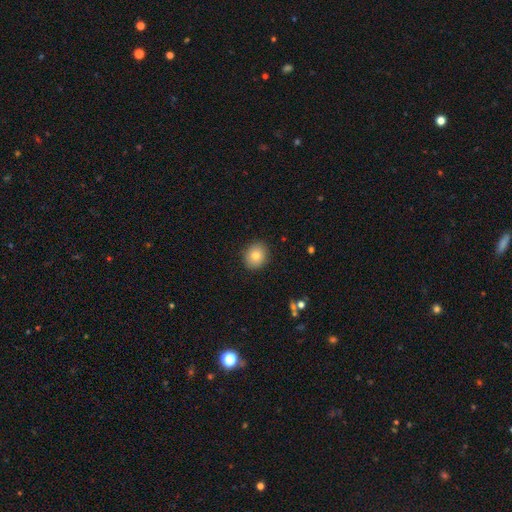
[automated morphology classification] Smooth or featured?
  - smooth: 81% *
  - star or artifact: 9%
  - featured or disk: 9%
How rounded?
  - round: 72% *
  - in between: 27%
  - cigar-shaped: 1%
Merging?
  - none: 90% *
  - minor disturbance: 7%
  - major disturbance: 2%
  - merger: 1%